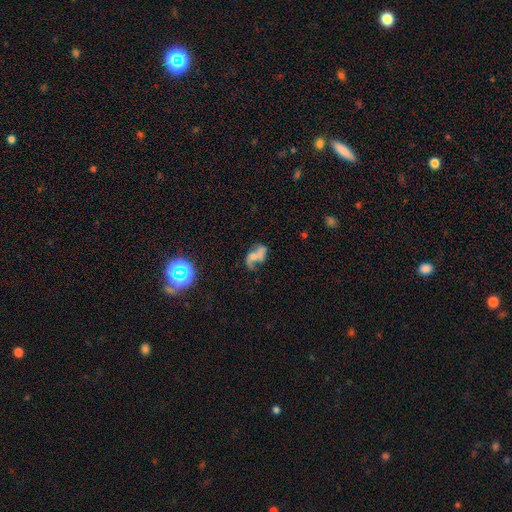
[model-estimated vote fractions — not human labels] A featured or disk galaxy (58%) with no bar (67%), spiral arms (65%) and a moderate central bulge (31%). Merging: none (35%).